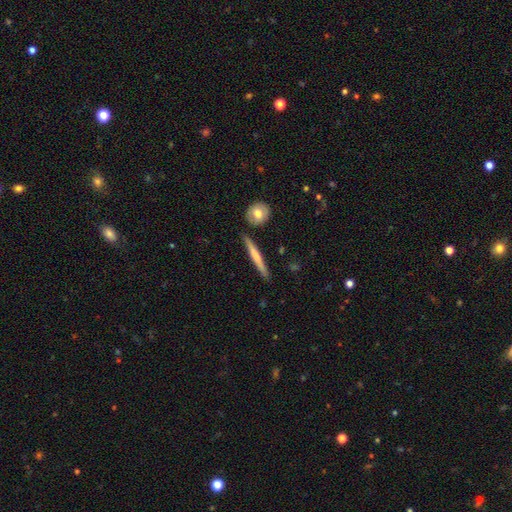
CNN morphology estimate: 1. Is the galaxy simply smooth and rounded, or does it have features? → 56% smooth, 40% featured or disk, 5% star or artifact.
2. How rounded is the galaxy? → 95% cigar-shaped, 3% in between, 2% round.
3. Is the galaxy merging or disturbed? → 87% none, 8% minor disturbance, 3% merger, 2% major disturbance.